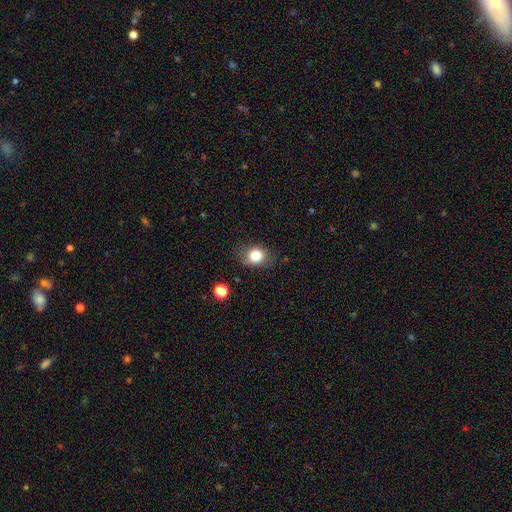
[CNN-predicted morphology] The model was most divided on "how rounded": round: 60%, in between: 39%, cigar-shaped: 1%. More confident: smooth or featured — smooth (81%); merging — none (75%).